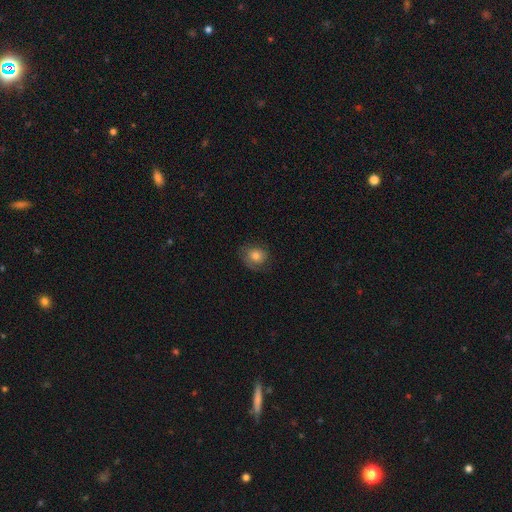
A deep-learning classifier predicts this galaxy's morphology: This is likely a smooth galaxy (72%). How rounded: likely round (72%). Merging: likely none (69%).